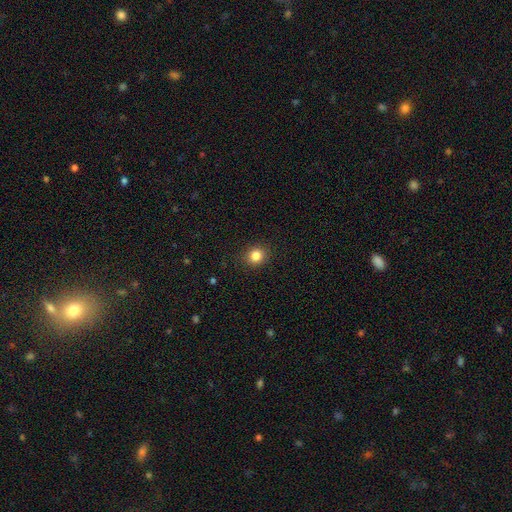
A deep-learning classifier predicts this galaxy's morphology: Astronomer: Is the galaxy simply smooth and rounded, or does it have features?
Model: smooth — 84%.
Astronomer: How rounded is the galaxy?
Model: round — 79%.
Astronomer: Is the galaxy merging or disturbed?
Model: none — 90%.